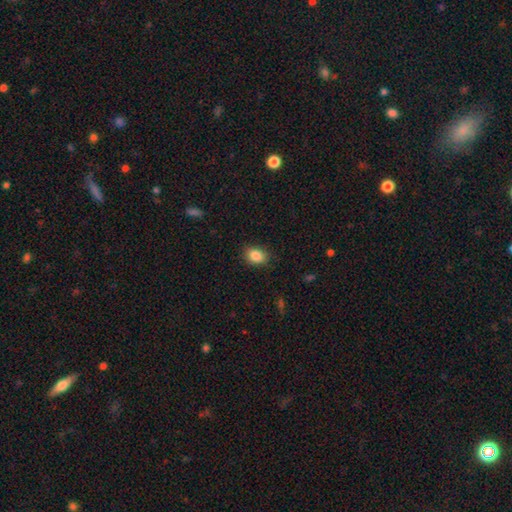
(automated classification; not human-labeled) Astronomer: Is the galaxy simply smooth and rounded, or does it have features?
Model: smooth — 87%.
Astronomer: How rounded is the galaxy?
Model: in between — 66%.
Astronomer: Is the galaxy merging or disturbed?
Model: none — 84%.